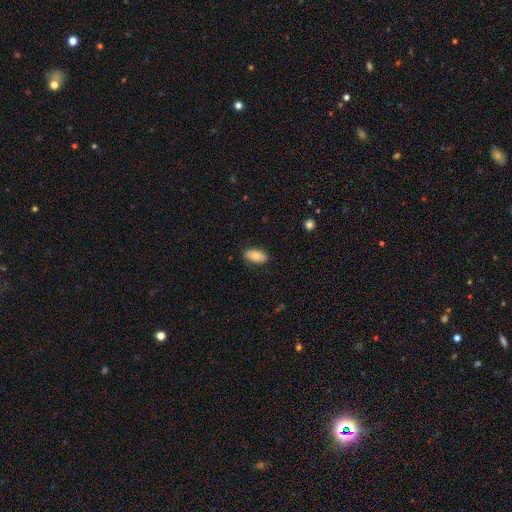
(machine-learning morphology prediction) This appears to be a smooth galaxy with no disk features (73%) that is in between round and cigar-shaped (92%). Merging: none (85%).